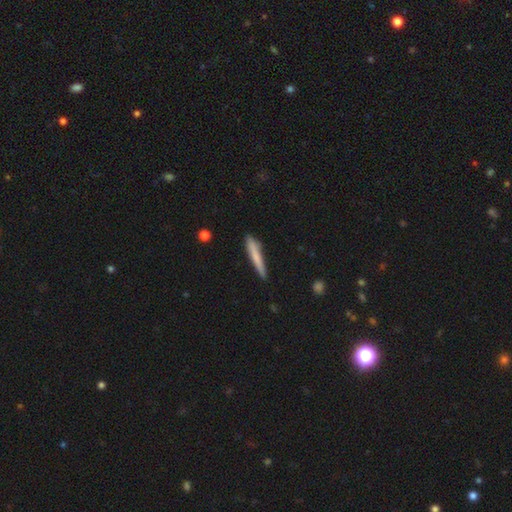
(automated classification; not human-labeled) Morphology: type=smooth (74%); roundness=cigar-shaped (95%); merging=none (82%).